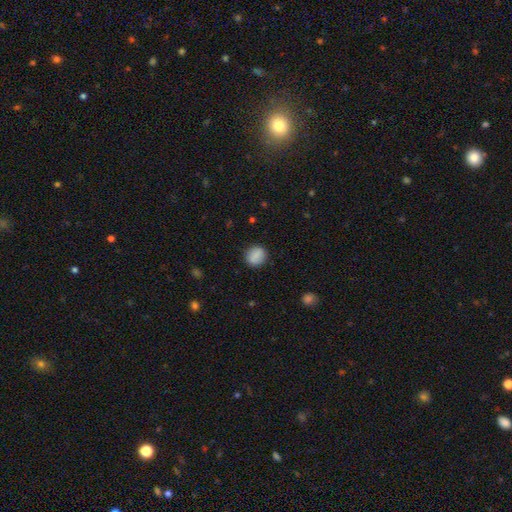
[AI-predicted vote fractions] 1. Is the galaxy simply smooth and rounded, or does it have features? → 87% smooth, 8% star or artifact, 5% featured or disk.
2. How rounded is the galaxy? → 73% round, 26% in between, 1% cigar-shaped.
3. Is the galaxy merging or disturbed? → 87% none, 9% minor disturbance, 3% major disturbance, 1% merger.